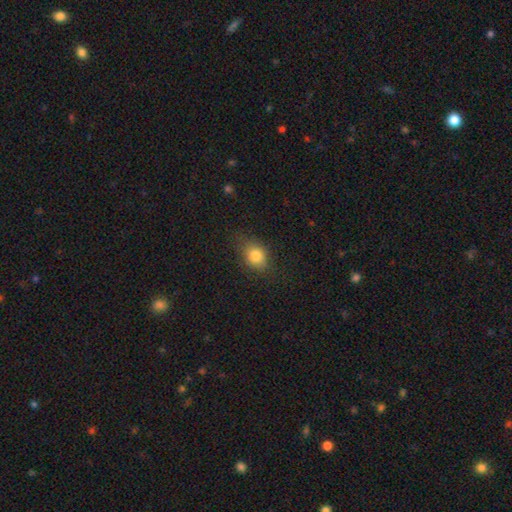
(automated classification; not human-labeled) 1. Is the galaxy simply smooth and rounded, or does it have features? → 80% smooth, 11% star or artifact, 9% featured or disk.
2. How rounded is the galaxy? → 51% in between, 48% round, 2% cigar-shaped.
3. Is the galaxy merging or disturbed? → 74% none, 19% minor disturbance, 6% major disturbance, 1% merger.